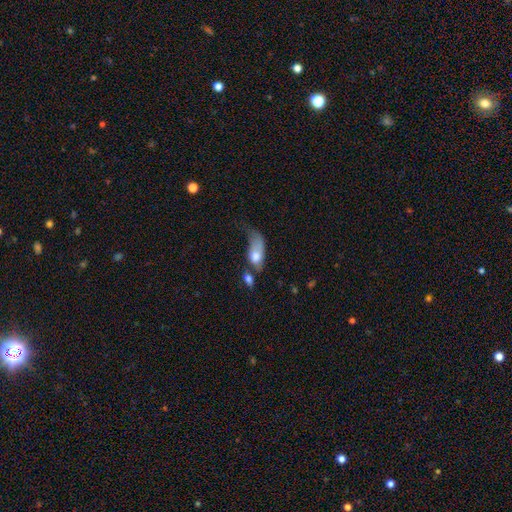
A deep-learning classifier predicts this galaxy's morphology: The model was most divided on "merging": major disturbance: 41%, merger: 29%, minor disturbance: 16%, none: 14%. More confident: how rounded — in between (79%); smooth or featured — smooth (64%).